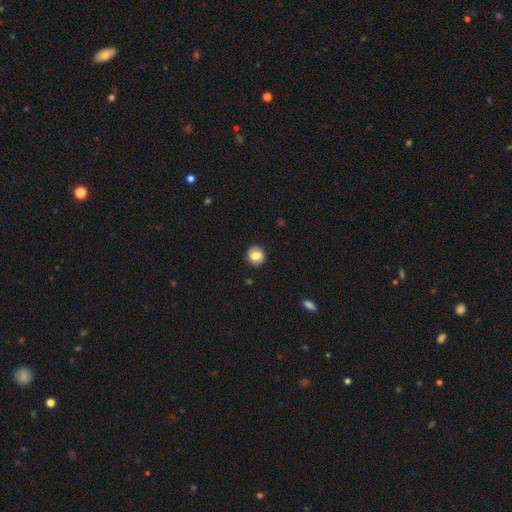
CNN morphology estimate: Smooth or featured? Predicted: smooth (p=0.69). How rounded? Predicted: round (p=0.75). Merging? Predicted: none (p=0.86).